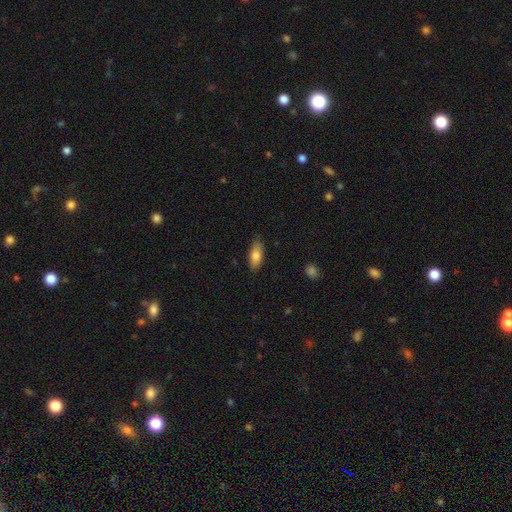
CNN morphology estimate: The model was most divided on "how rounded": in between: 78%, cigar-shaped: 20%, round: 3%. More confident: smooth or featured — smooth (79%); merging — none (79%).